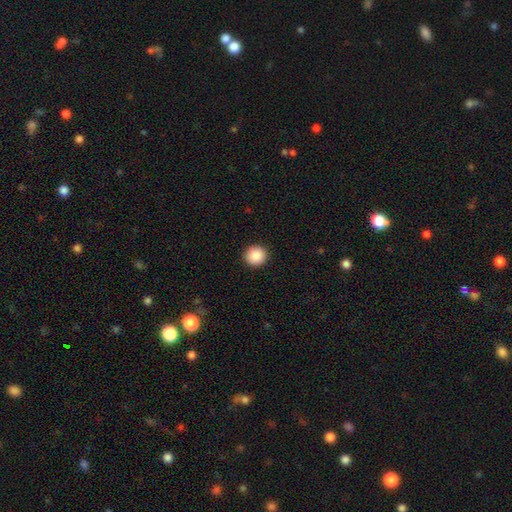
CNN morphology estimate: A smooth galaxy with no disk features (89%) that is round (92%). Merging: none (92%).